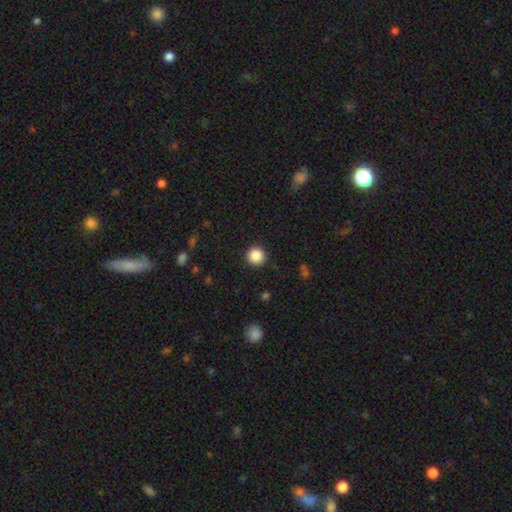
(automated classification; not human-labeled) Morphology: type=smooth (87%); roundness=round (95%); merging=none (92%).